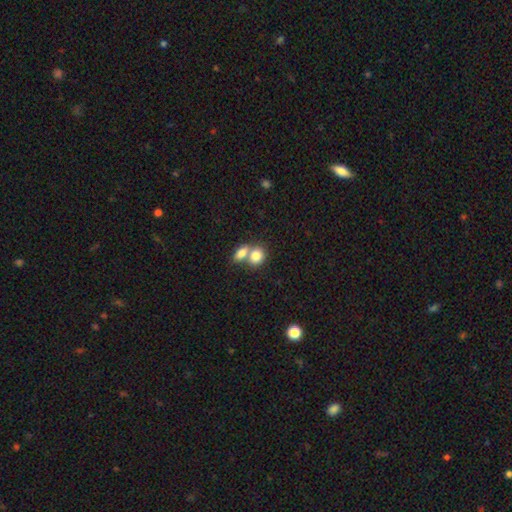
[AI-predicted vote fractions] Morphology: type=smooth (81%); roundness=in between (54%); merging=merger (63%).